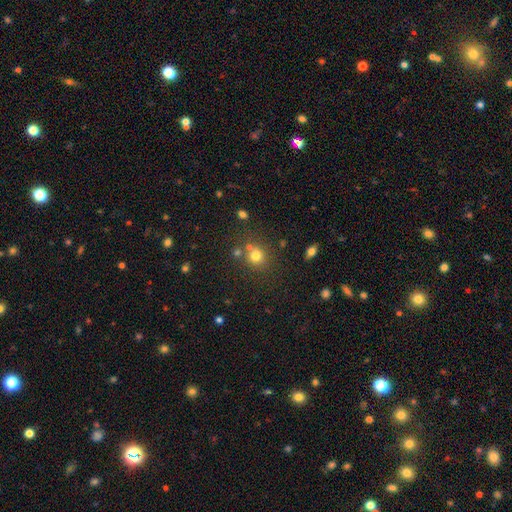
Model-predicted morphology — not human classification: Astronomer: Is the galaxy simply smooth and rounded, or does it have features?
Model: smooth — 75%.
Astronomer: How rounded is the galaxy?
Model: round — 87%.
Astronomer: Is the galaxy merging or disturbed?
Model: none — 70%.